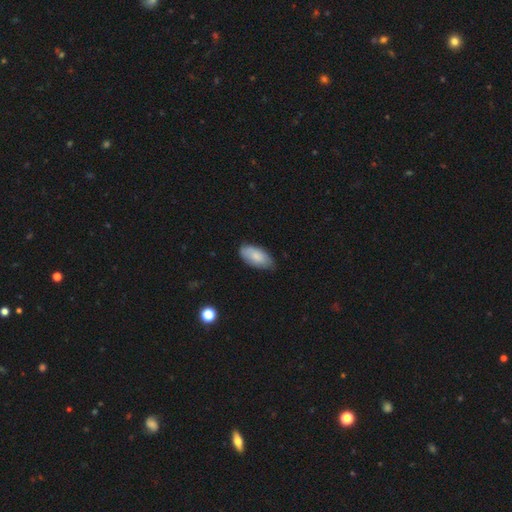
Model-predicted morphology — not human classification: smooth-or-featured: smooth: 79% | featured or disk: 15% | star or artifact: 6%
  how-rounded: in between: 94% | cigar-shaped: 4% | round: 2%
  merging: none: 70% | minor disturbance: 25% | major disturbance: 3% | merger: 1%